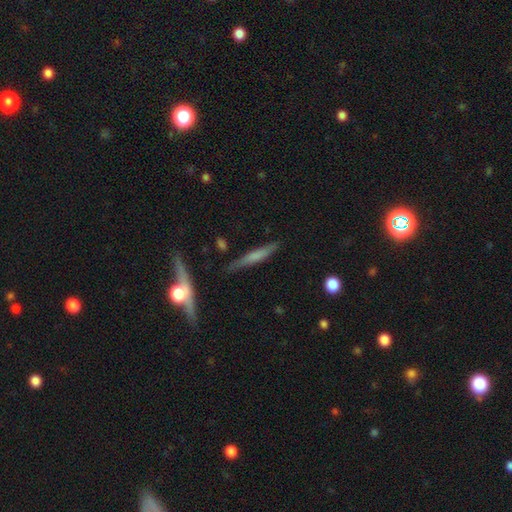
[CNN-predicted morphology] This appears to be a smooth galaxy with no disk features (53%) that is cigar-shaped (92%). Merging: none (80%).